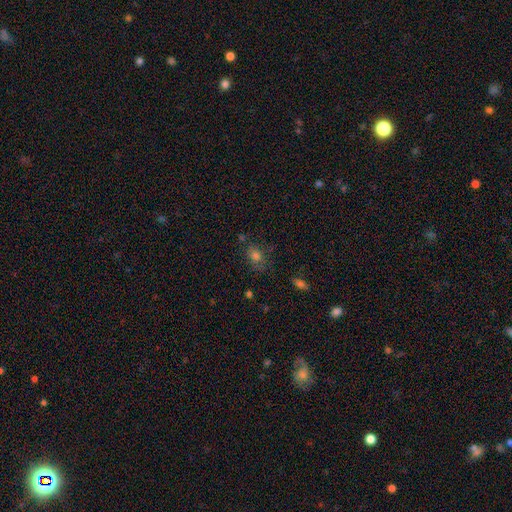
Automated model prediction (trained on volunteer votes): Q: Smooth or featured?
A: smooth (63%); runner-up: star or artifact (23%)
Q: How rounded?
A: in between (57%); runner-up: round (41%)
Q: Merging?
A: none (69%); runner-up: minor disturbance (19%)